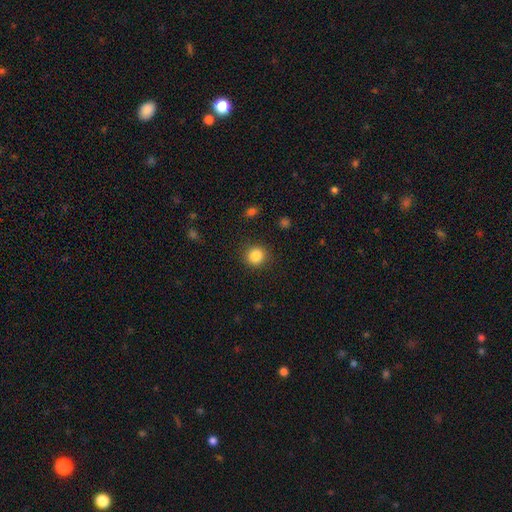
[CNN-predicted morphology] smooth 85%, star or artifact 10%, featured or disk 5%. Down the decision tree: how rounded — round (88%); merging — none (88%).